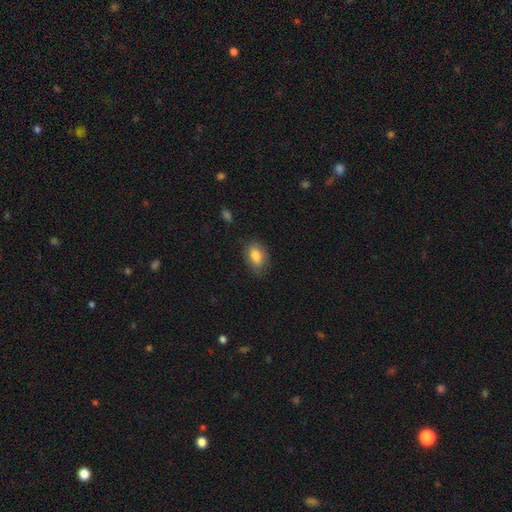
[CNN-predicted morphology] Smooth or featured?
  - smooth: 83% *
  - featured or disk: 10%
  - star or artifact: 7%
How rounded?
  - in between: 88% *
  - round: 9%
  - cigar-shaped: 2%
Merging?
  - none: 75% *
  - minor disturbance: 19%
  - major disturbance: 5%
  - merger: 1%